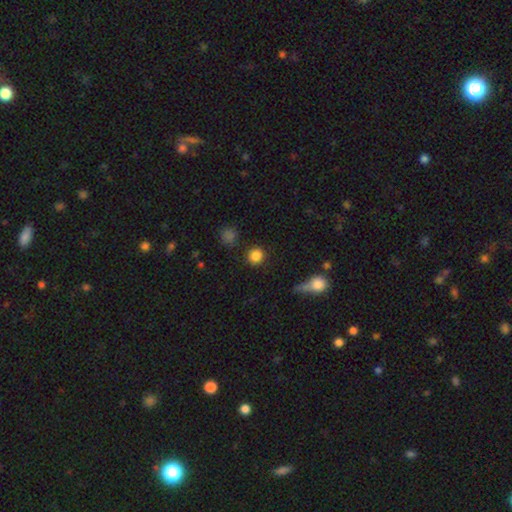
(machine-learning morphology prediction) smooth_or_featured: smooth (p=0.85) [alt: star or artifact p=0.10]
how_rounded: round (p=0.91) [alt: in between p=0.08]
merging: none (p=0.87) [alt: minor disturbance p=0.07]